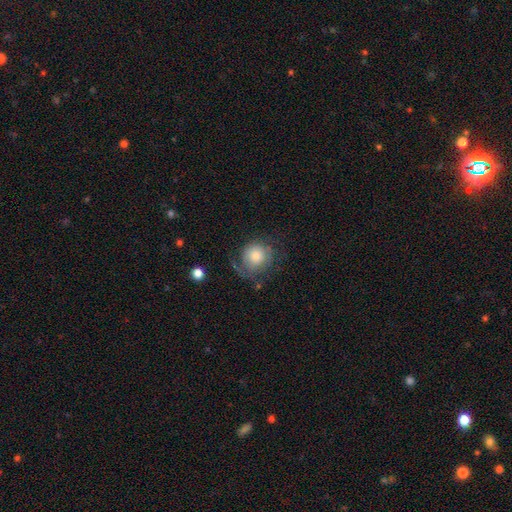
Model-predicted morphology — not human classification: type=smooth (57%); roundness=round (85%); merging=none (53%).